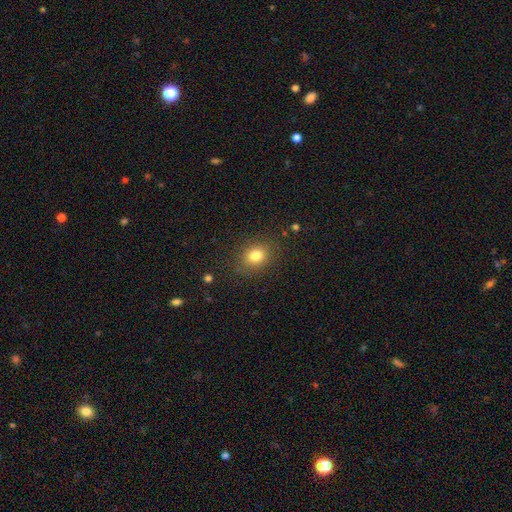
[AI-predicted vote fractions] A smooth galaxy with no disk features (80%) that is round (52%). Merging: none (84%).